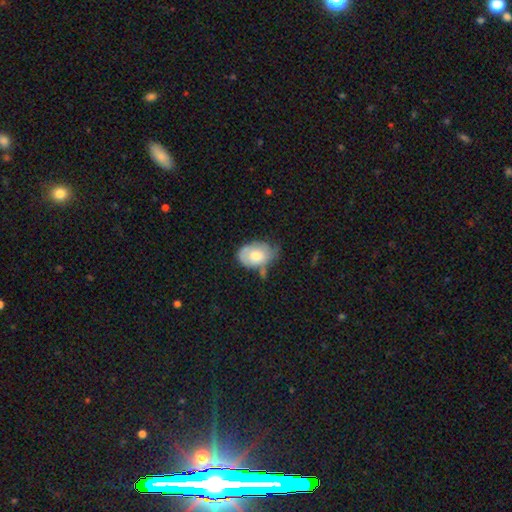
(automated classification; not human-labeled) Morphology: type=smooth (63%); roundness=in between (78%); merging=minor disturbance (39%, tied with none).